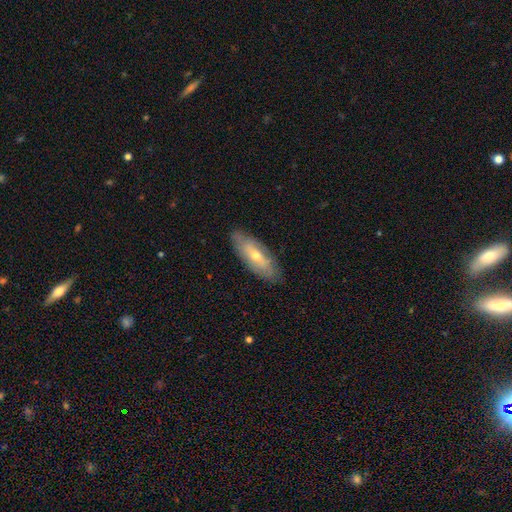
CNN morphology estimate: smooth_or_featured: featured or disk (p=0.47) [tied with: smooth p=0.47]
merging: none (p=0.83) [alt: minor disturbance p=0.13]